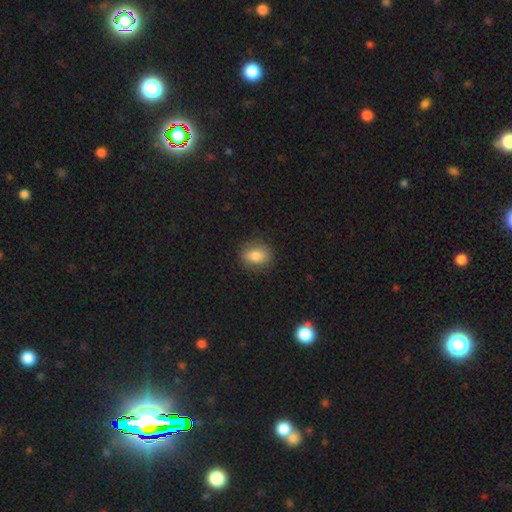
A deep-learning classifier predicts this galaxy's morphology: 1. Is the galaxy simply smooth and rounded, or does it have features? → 81% smooth, 10% featured or disk, 9% star or artifact.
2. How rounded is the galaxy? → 56% in between, 42% round, 2% cigar-shaped.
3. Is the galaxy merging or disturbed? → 86% none, 10% minor disturbance, 3% major disturbance, 1% merger.